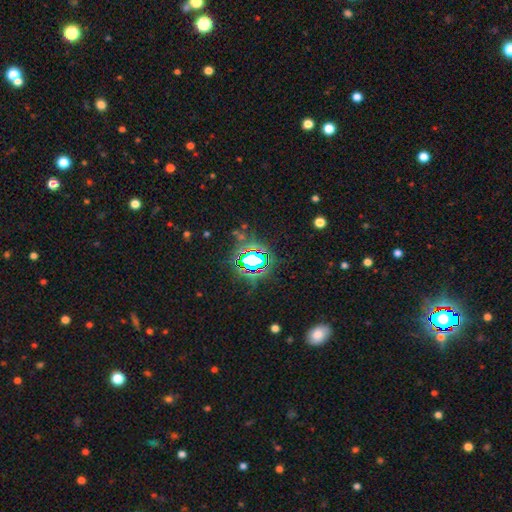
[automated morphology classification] Smooth or featured? Predicted: star or artifact (p=0.82).